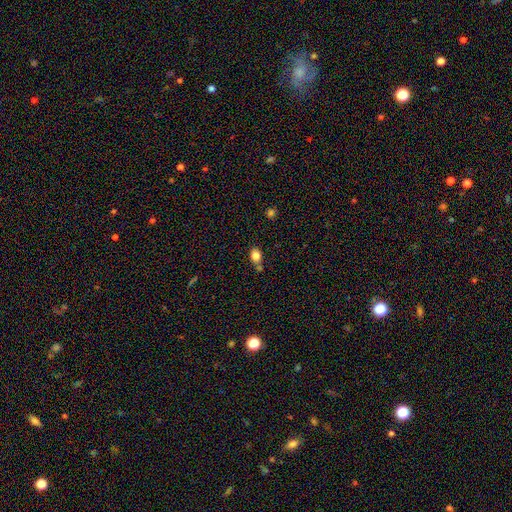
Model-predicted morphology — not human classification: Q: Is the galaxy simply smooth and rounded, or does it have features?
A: smooth — 83%.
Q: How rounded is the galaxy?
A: in between — 71%.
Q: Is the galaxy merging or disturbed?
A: none — 63%.